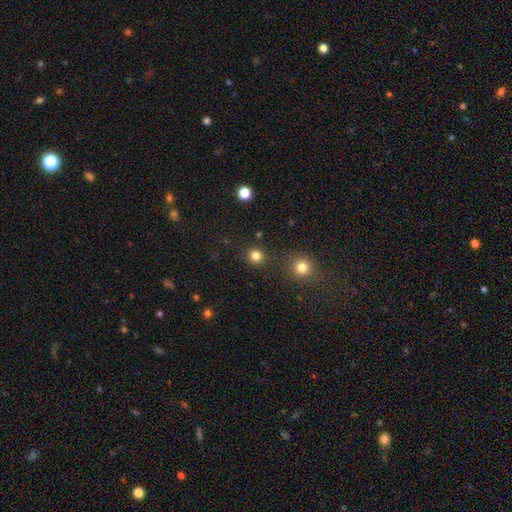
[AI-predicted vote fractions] Morphology: type=smooth (81%); roundness=round (92%); merging=none (89%).